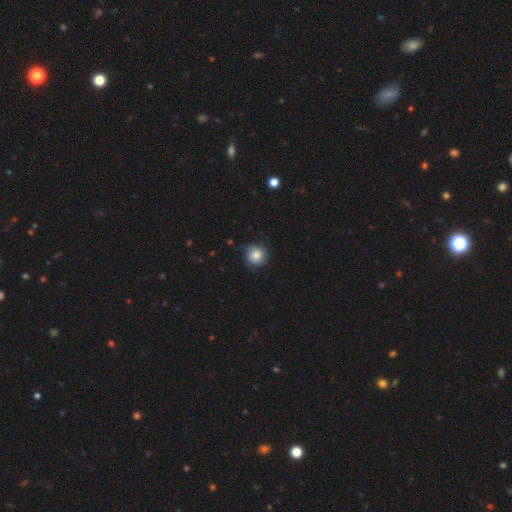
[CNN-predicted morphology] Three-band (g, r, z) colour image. It shows a smooth galaxy with no disk features (79%) that is round (87%). Merging: none (75%).